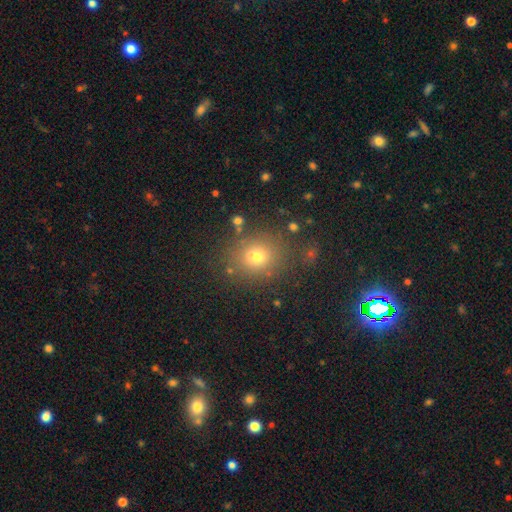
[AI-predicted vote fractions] Q: Smooth or featured?
A: smooth (71%); runner-up: star or artifact (19%)
Q: How rounded?
A: round (72%); runner-up: in between (27%)
Q: Merging?
A: none (81%); runner-up: minor disturbance (10%)